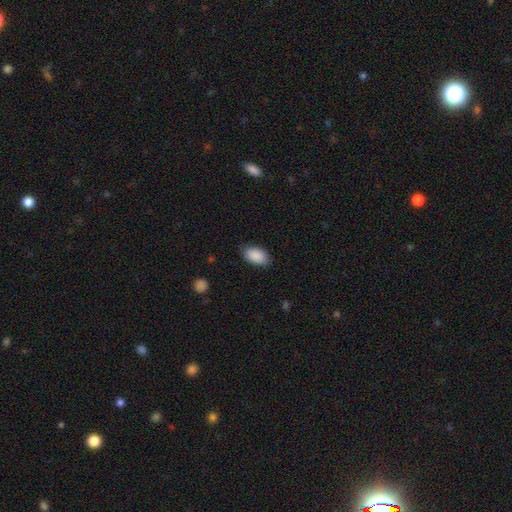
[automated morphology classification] type=smooth (90%); roundness=in between (94%); merging=none (80%).